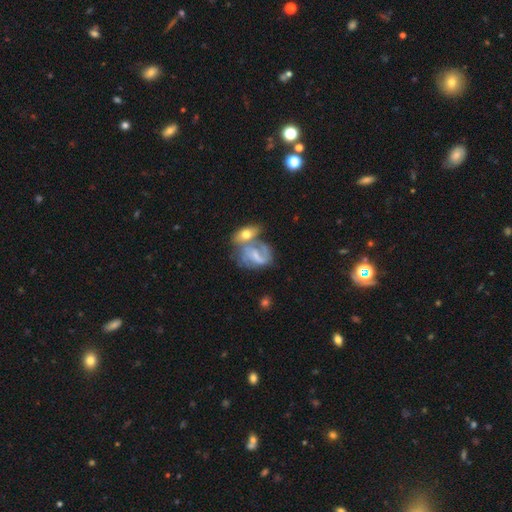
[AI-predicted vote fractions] smooth-or-featured: featured or disk: 69% | smooth: 23% | star or artifact: 8%
  disk-edge-on: no: 97% | yes: 3%
    bar: weak: 48% | no: 33% | strong: 20%
    has-spiral-arms: yes: 79% | no: 21%
      spiral-winding: medium: 45% | loose: 30% | tight: 24%
      spiral-arm-count: 2: 56% | can't tell: 21% | 1: 13% | 3: 6% | 4: 2% | more than 4: 2%
    bulge-size: small: 49% | moderate: 25% | none: 22% | large: 3% | dominant: 1%
  merging: merger: 47% | none: 25% | major disturbance: 14% | minor disturbance: 14%